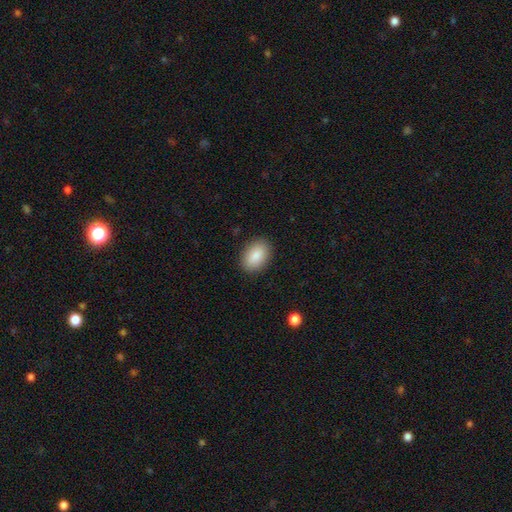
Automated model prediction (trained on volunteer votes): This is clearly a smooth galaxy (88%). How rounded: clearly in between (86%). Merging: clearly none (89%).